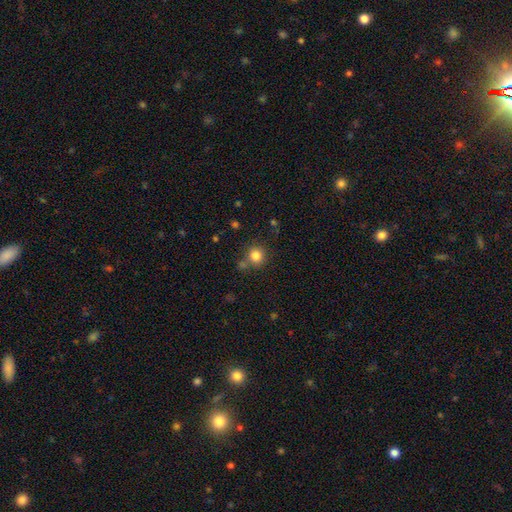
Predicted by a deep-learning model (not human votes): A smooth galaxy with no disk features (82%) that is round (92%).

Vote fractions:
- Smooth or featured? smooth: 82% / star or artifact: 12% / featured or disk: 6%
- How rounded? round: 92% / in between: 7% / cigar-shaped: 1%
- Merging? none: 74% / merger: 12% / minor disturbance: 10% / major disturbance: 4%